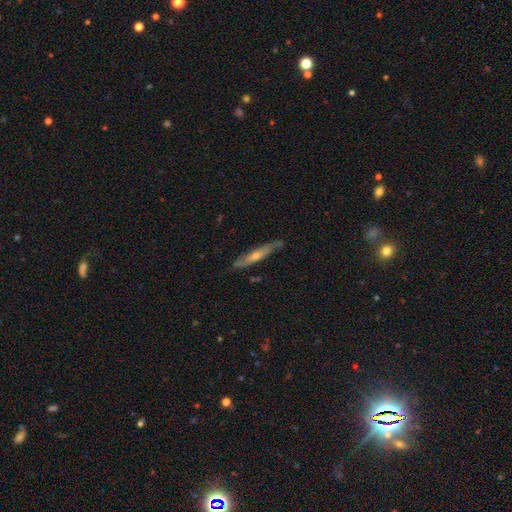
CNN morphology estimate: Smooth or featured? Predicted: featured or disk (p=0.62). Edge-on disk? Predicted: yes (p=0.79). Merging? Predicted: none (p=0.80).